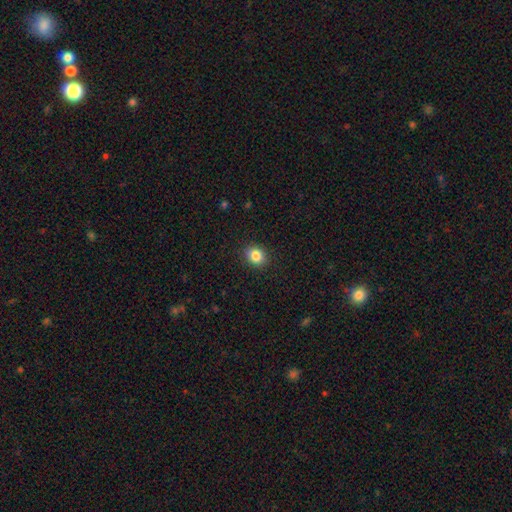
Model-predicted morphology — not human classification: smooth_or_featured: smooth (p=0.85) [alt: star or artifact p=0.10]
how_rounded: round (p=0.63) [alt: in between p=0.37]
merging: none (p=0.90) [alt: minor disturbance p=0.07]